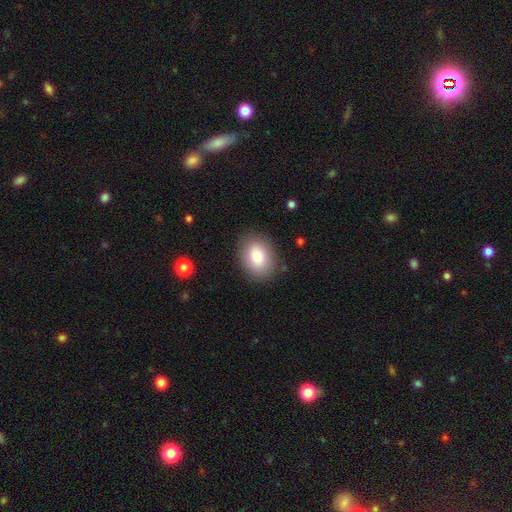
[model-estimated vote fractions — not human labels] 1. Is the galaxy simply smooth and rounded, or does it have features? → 81% smooth, 11% featured or disk, 8% star or artifact.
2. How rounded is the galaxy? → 65% in between, 34% round, 1% cigar-shaped.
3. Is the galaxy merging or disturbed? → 86% none, 10% minor disturbance, 3% major disturbance, 1% merger.